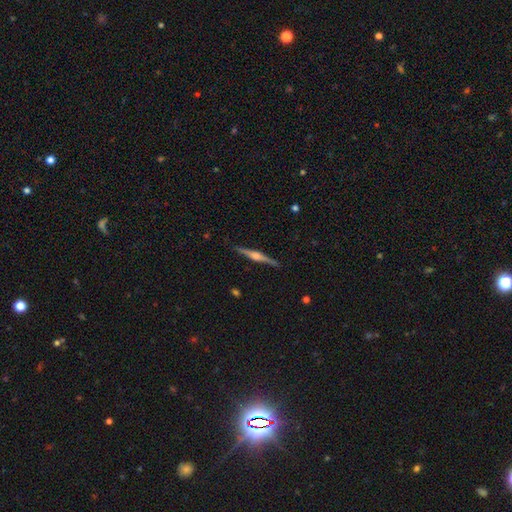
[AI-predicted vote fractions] Morphology: type=featured or disk (83%); edge-on=yes (99%); edge-on bulge=rounded (85%); merging=none (91%).